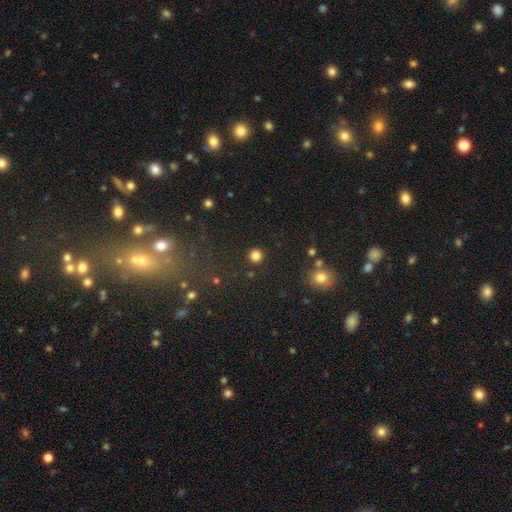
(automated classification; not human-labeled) The model was most divided on "smooth or featured": smooth: 83%, star or artifact: 13%, featured or disk: 4%. More confident: how rounded — round (94%); merging — none (91%).